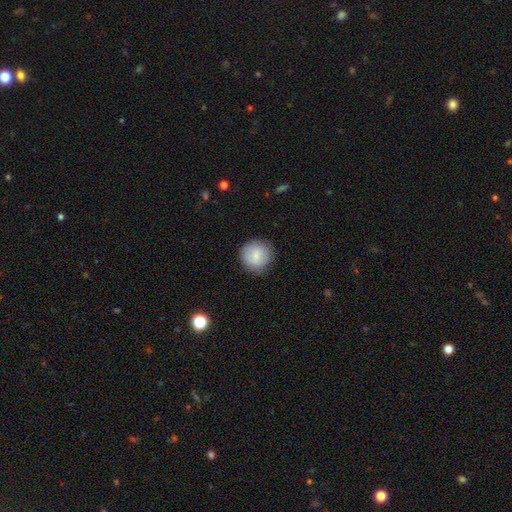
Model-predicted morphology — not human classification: Smooth or featured: smooth — 81% (featured or disk — 12%)
How rounded: round — 93% (in between — 6%)
Merging: none — 85% (minor disturbance — 11%)